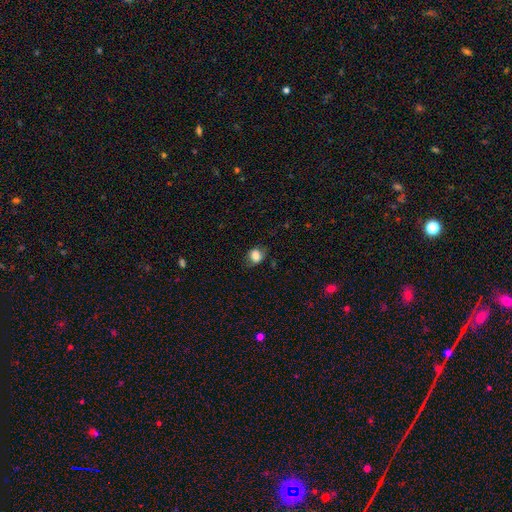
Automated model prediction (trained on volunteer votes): A smooth galaxy with no disk features (82%) that is round (50%).

Vote fractions:
- Smooth or featured? smooth: 82% / featured or disk: 9% / star or artifact: 9%
- How rounded? round: 50% / in between: 49% / cigar-shaped: 1%
- Merging? none: 68% / minor disturbance: 22% / major disturbance: 8% / merger: 1%